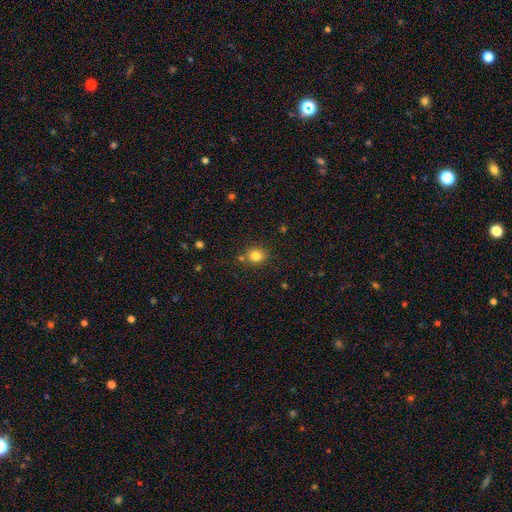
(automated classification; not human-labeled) smooth-or-featured: smooth: 82% | star or artifact: 12% | featured or disk: 6%
  how-rounded: round: 73% | in between: 26% | cigar-shaped: 1%
  merging: none: 80% | minor disturbance: 11% | merger: 6% | major disturbance: 3%